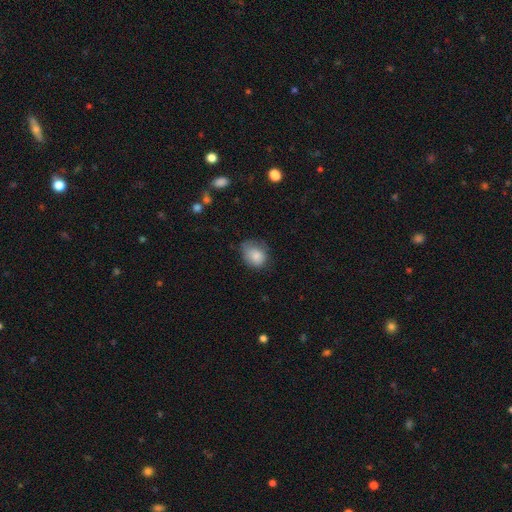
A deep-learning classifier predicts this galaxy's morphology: Smooth or featured? smooth (83%)
How rounded? round (51%)
Merging? none (52%)